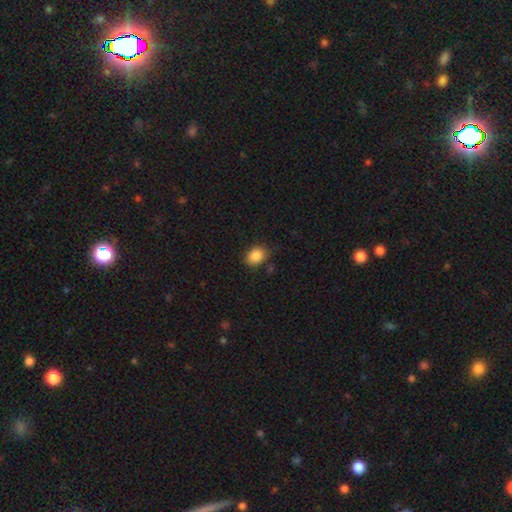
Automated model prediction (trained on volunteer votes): Smooth or featured?
  - smooth: 87% *
  - star or artifact: 9%
  - featured or disk: 4%
How rounded?
  - in between: 65% *
  - round: 34%
  - cigar-shaped: 1%
Merging?
  - none: 77% *
  - minor disturbance: 17%
  - major disturbance: 4%
  - merger: 3%